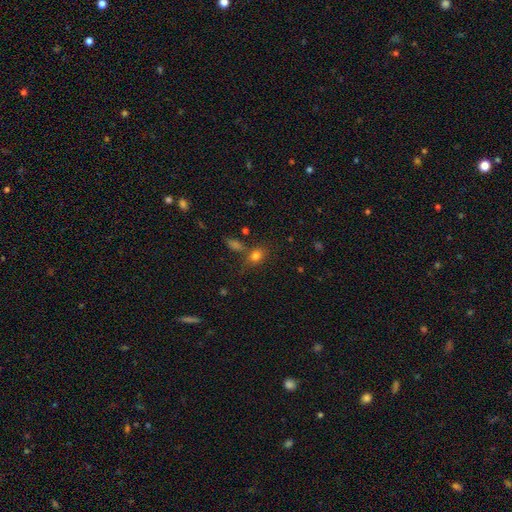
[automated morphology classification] smooth 78%, star or artifact 13%, featured or disk 9%. Down the decision tree: how rounded — in between (65%); merging — none (64%).